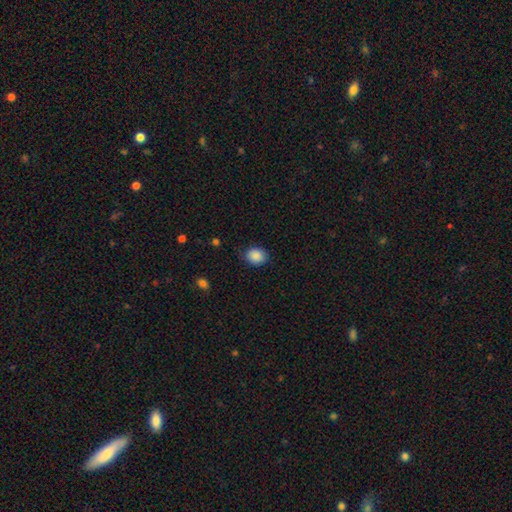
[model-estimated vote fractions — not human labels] Smooth or featured? smooth (88%)
How rounded? round (57%)
Merging? none (83%)